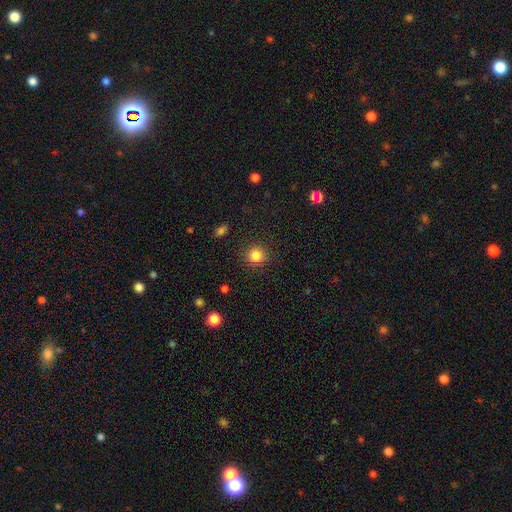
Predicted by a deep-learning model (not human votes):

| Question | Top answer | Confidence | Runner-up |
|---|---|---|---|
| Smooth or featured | smooth | 84% | star or artifact (12%) |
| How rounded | round | 90% | in between (9%) |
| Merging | none | 89% | minor disturbance (8%) |